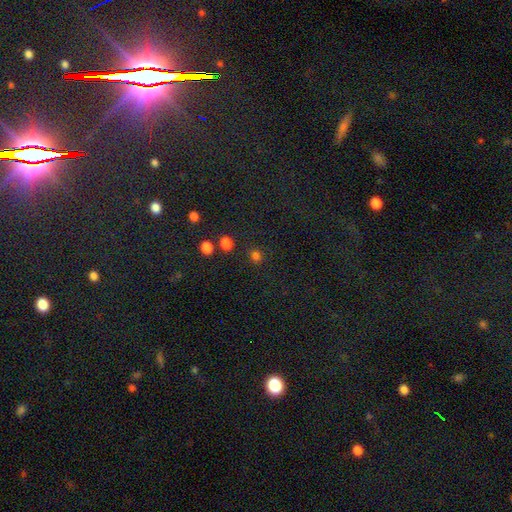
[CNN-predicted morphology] smooth_or_featured: smooth (p=0.74) [alt: star or artifact p=0.21]
how_rounded: round (p=0.76) [alt: in between p=0.23]
merging: none (p=0.75) [alt: merger p=0.12]